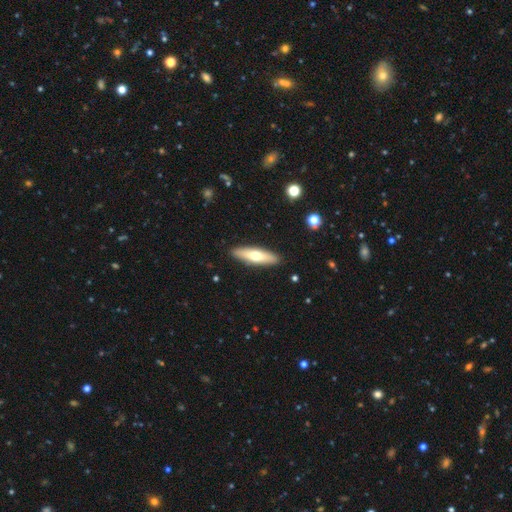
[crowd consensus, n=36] Smooth or featured: smooth — 56% (featured or disk — 39%)
How rounded: cigar-shaped — 55% (in between — 45%)
Merging: none — 85% (minor disturbance — 9%)